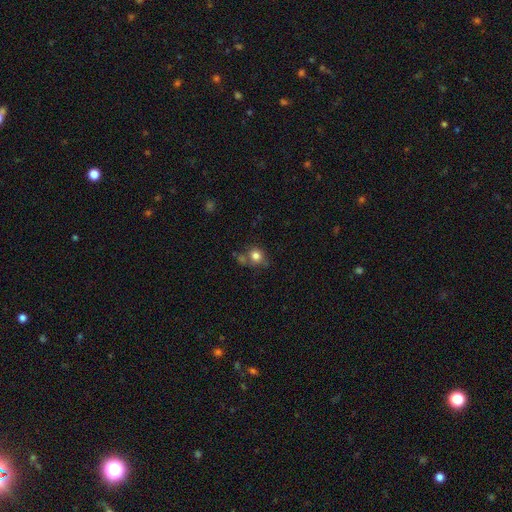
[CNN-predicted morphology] Smooth or featured? smooth (79%)
How rounded? round (78%)
Merging? none (56%)